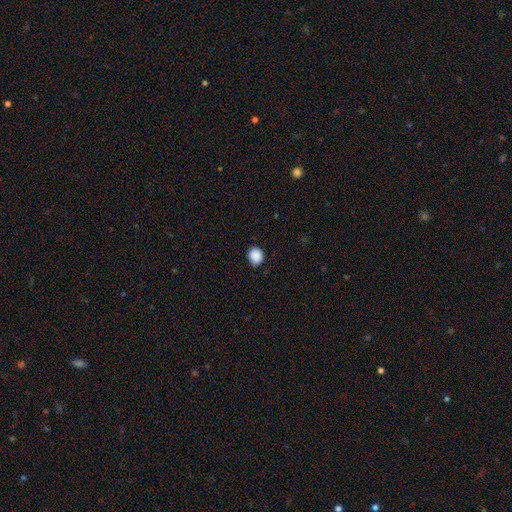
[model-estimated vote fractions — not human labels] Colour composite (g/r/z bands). It shows a smooth galaxy with no disk features (89%) that is round (74%). Merging: none (85%).